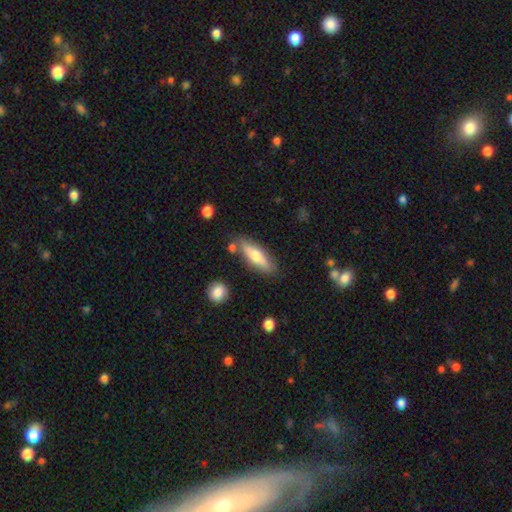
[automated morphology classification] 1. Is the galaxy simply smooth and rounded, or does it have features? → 54% smooth, 40% featured or disk, 6% star or artifact.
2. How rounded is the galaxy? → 60% cigar-shaped, 38% in between, 2% round.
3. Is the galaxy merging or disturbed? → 77% none, 14% minor disturbance, 6% merger, 3% major disturbance.